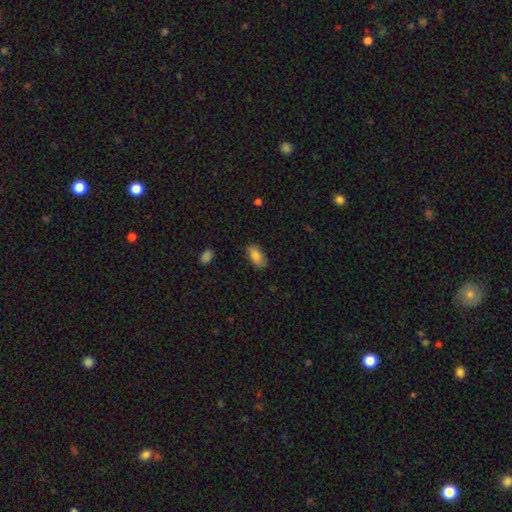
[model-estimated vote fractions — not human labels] smooth_or_featured: smooth (p=0.85) [alt: featured or disk p=0.08]
how_rounded: in between (p=0.92) [alt: cigar-shaped p=0.04]
merging: none (p=0.81) [alt: minor disturbance p=0.15]